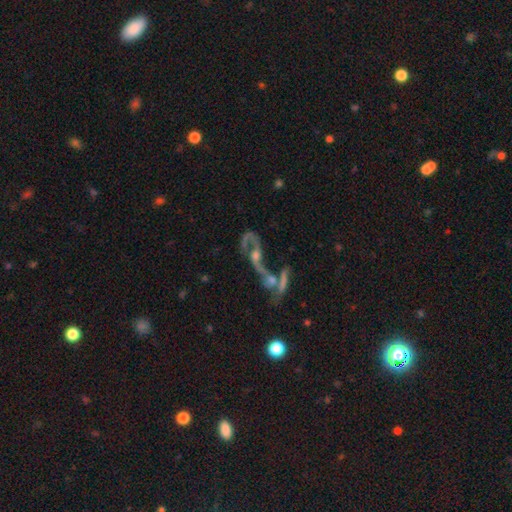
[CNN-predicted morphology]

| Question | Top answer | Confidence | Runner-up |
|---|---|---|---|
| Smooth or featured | featured or disk | 69% | star or artifact (16%) |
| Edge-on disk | no | 89% | yes (11%) |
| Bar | no | 63% | weak (26%) |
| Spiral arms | yes | 71% | no (29%) |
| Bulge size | moderate | 40% | small (33%) |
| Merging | merger | 54% | none (20%) |